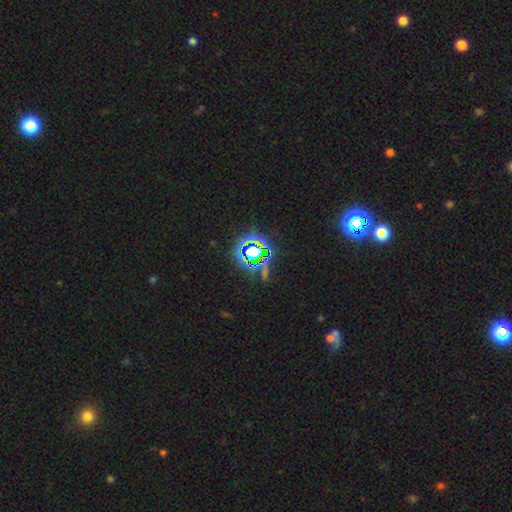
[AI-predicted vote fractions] star or artifact 79%, smooth 13%, featured or disk 8%.